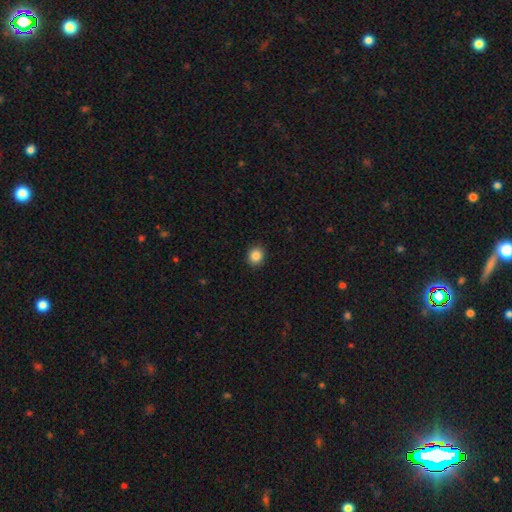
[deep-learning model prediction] Smooth or featured? smooth (86%)
How rounded? round (76%)
Merging? none (91%)